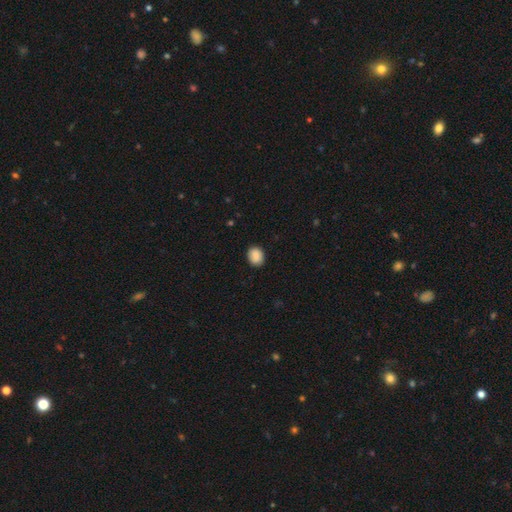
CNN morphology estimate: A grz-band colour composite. It shows a smooth galaxy with no disk features (88%) that is round (52%). Merging: none (87%).